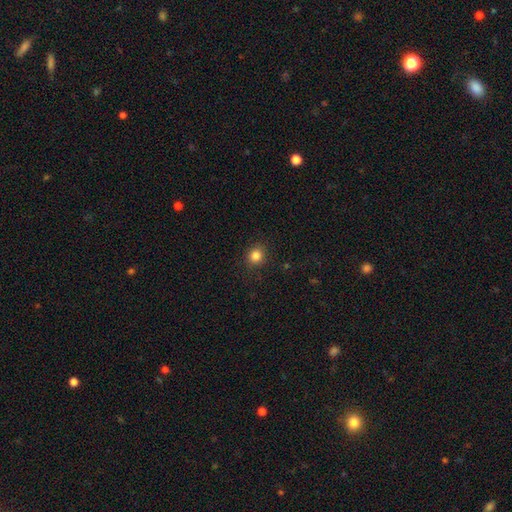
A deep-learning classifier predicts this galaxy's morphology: Smooth or featured: smooth — 84% (star or artifact — 12%)
How rounded: round — 83% (in between — 16%)
Merging: none — 89% (minor disturbance — 7%)